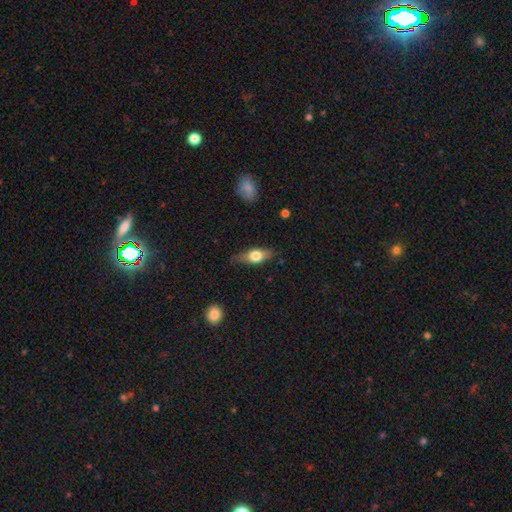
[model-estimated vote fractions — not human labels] This is possibly a smooth galaxy (59%). How rounded: likely in between (70%). Merging: likely none (77%).